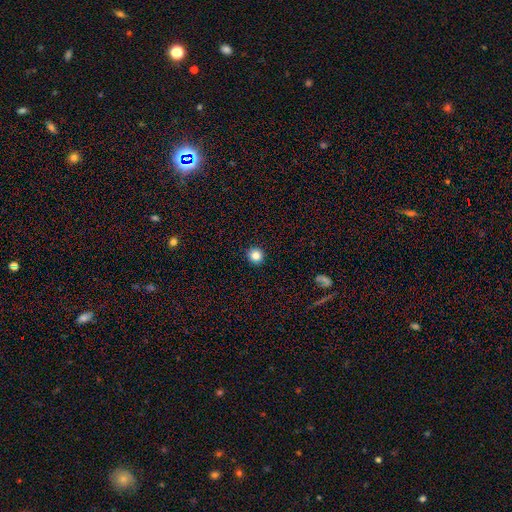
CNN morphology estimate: Smooth or featured? smooth (83%)
How rounded? round (94%)
Merging? none (92%)